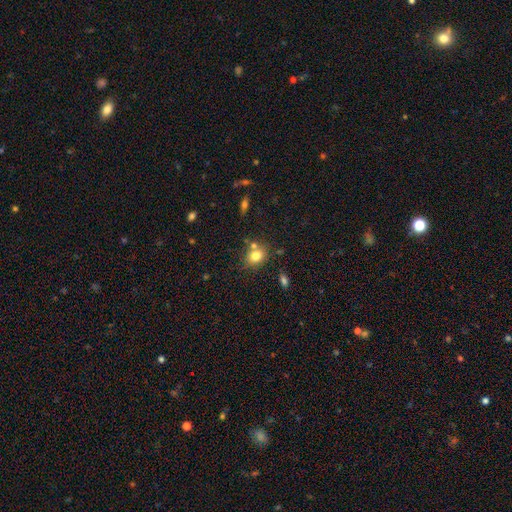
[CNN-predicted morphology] Q: Smooth or featured?
A: smooth (77%); runner-up: star or artifact (12%)
Q: How rounded?
A: round (56%); runner-up: in between (43%)
Q: Merging?
A: none (63%); runner-up: merger (19%)